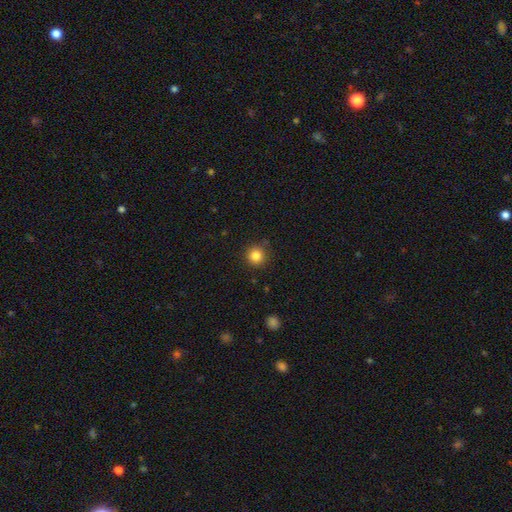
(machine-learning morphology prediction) This appears to be a smooth galaxy with no disk features (84%) that is round (95%). Merging: none (88%).